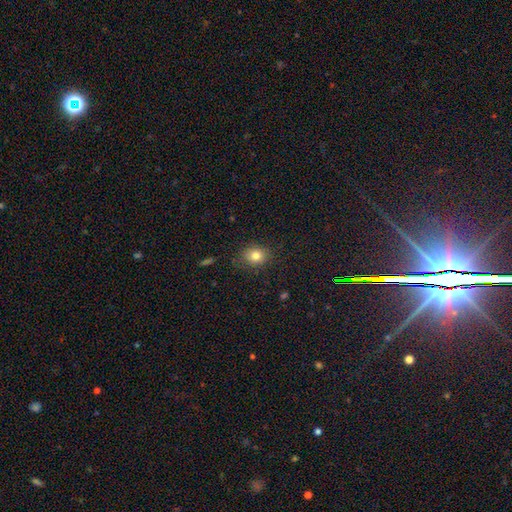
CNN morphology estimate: This is likely a smooth galaxy (80%). How rounded: likely round (63%). Merging: clearly none (84%).